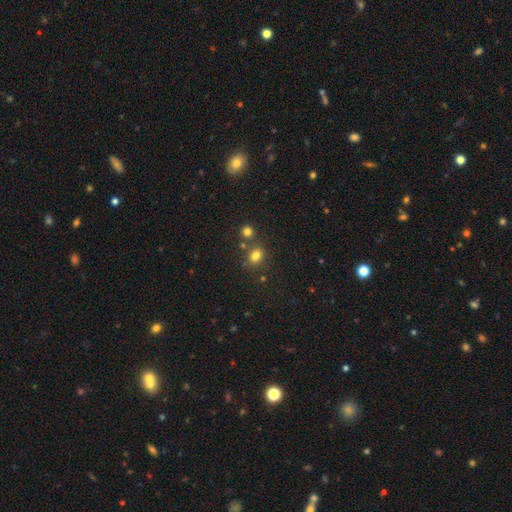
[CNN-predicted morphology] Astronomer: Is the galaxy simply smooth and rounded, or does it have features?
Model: smooth — 78%.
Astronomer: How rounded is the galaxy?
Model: round — 51% (runner-up: in between, 47%).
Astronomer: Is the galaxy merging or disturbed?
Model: none — 69%.